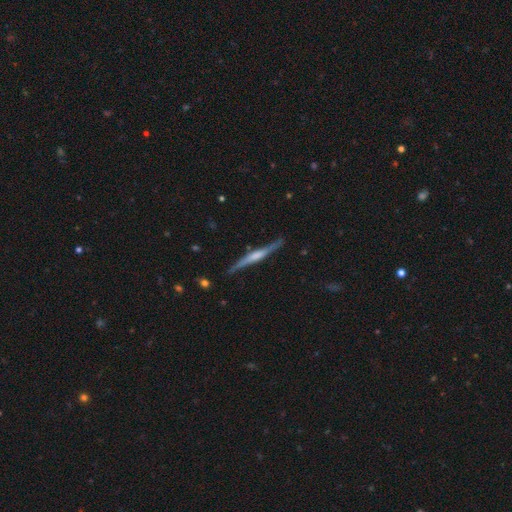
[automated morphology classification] Smooth or featured?
  - featured or disk: 65% *
  - smooth: 30%
  - star or artifact: 5%
Edge-on disk?
  - yes: 97% *
  - no: 3%
Edge-on bulge?
  - rounded: 40% *
  - none: 30%
  - boxy: 30%
Merging?
  - none: 82% *
  - minor disturbance: 13%
  - major disturbance: 2%
  - merger: 2%